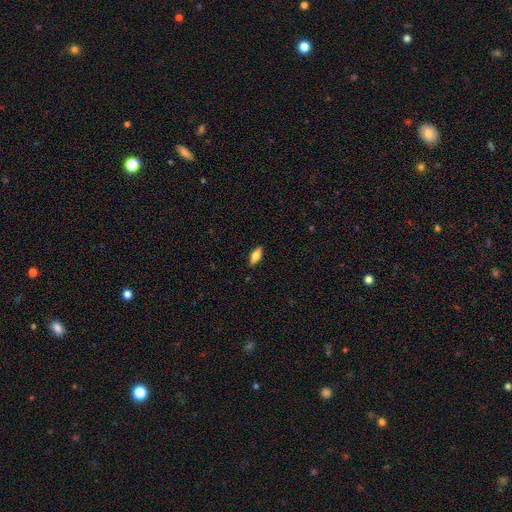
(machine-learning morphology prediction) A smooth galaxy with no disk features (70%) that is in between round and cigar-shaped (75%).

Vote fractions:
- Smooth or featured? smooth: 70% / featured or disk: 23% / star or artifact: 7%
- How rounded? in between: 75% / cigar-shaped: 23% / round: 2%
- Merging? none: 87% / minor disturbance: 10% / major disturbance: 2% / merger: 1%